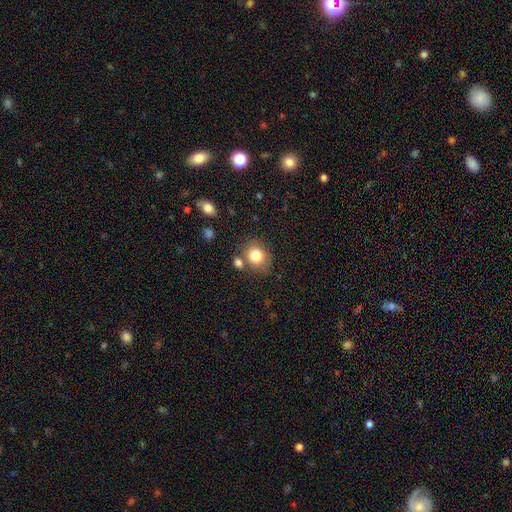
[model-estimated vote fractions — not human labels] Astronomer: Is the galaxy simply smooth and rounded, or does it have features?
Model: smooth — 81%.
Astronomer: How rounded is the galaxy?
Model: round — 68%.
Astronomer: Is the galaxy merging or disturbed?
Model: none — 70%.